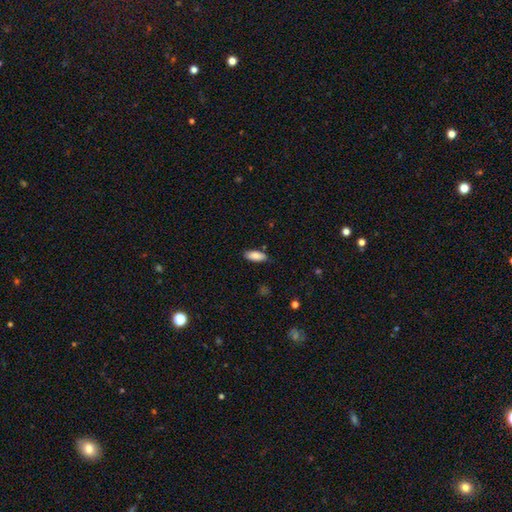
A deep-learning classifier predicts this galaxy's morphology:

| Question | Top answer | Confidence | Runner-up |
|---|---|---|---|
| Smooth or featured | smooth | 87% | featured or disk (7%) |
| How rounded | in between | 81% | cigar-shaped (17%) |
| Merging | none | 84% | minor disturbance (12%) |